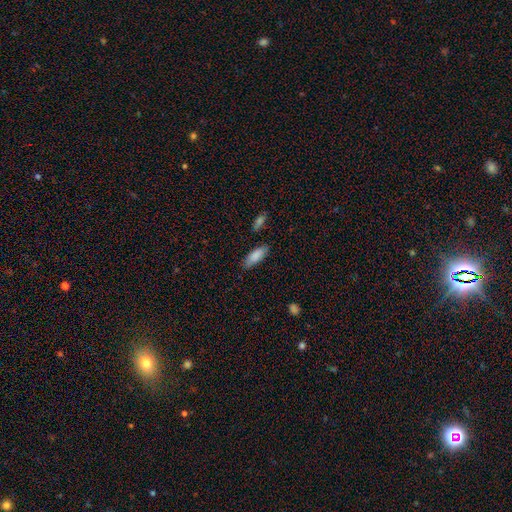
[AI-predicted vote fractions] A smooth galaxy with no disk features (85%) that is in between round and cigar-shaped (71%). Merging: none (80%).